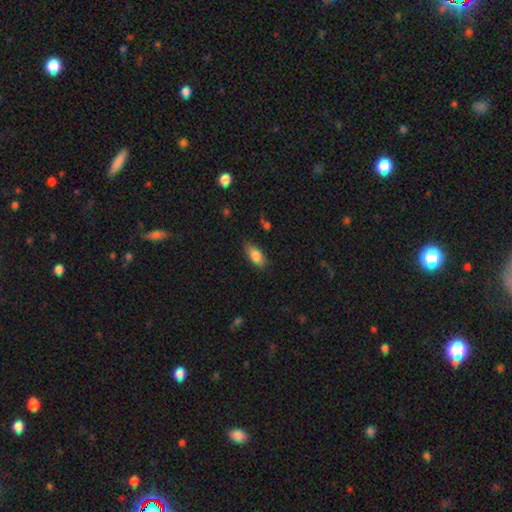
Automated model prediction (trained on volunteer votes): Smooth or featured? smooth (83%)
How rounded? in between (86%)
Merging? none (80%)